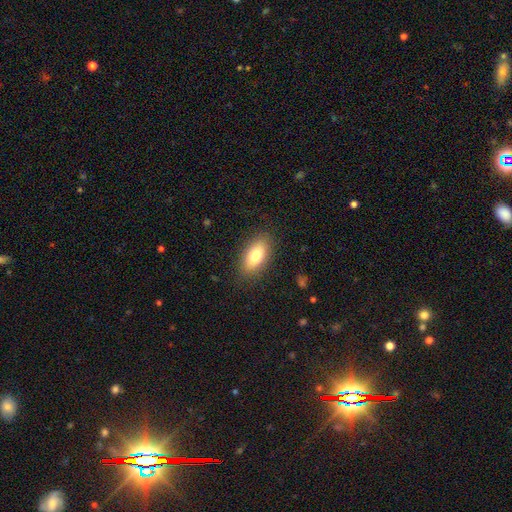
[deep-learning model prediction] Smooth or featured?
  - smooth: 79% *
  - featured or disk: 14%
  - star or artifact: 7%
How rounded?
  - in between: 88% *
  - cigar-shaped: 8%
  - round: 4%
Merging?
  - none: 86% *
  - minor disturbance: 10%
  - major disturbance: 3%
  - merger: 1%